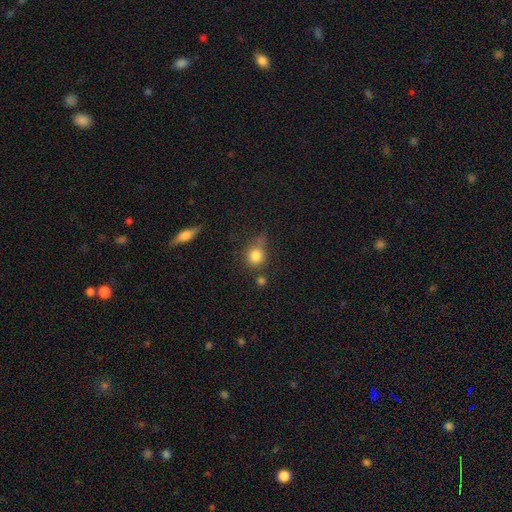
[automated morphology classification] smooth 81%, star or artifact 11%, featured or disk 8%. Down the decision tree: how rounded — round (86%); merging — none (57%).